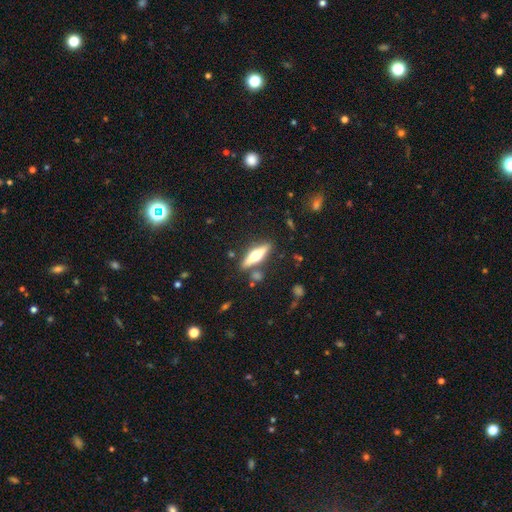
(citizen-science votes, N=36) Smooth or featured? 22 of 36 (61%) said featured or disk. Edge-on disk? 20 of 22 (91%) said yes. Edge-on bulge? 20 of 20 (100%) said rounded. Merging? 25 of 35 (71%) said none.